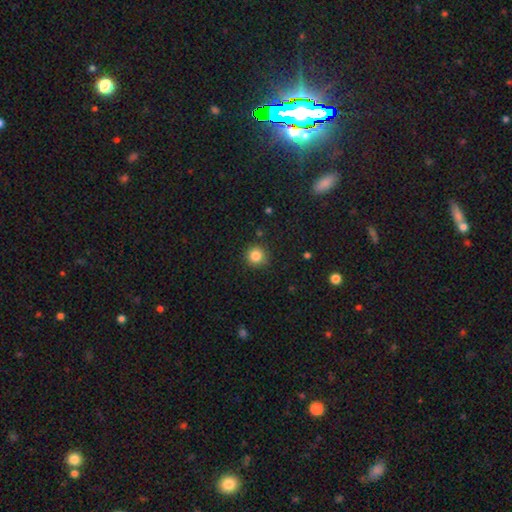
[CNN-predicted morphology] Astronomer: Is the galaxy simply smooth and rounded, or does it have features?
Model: smooth — 84%.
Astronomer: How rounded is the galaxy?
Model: round — 94%.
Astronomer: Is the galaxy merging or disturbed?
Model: none — 89%.